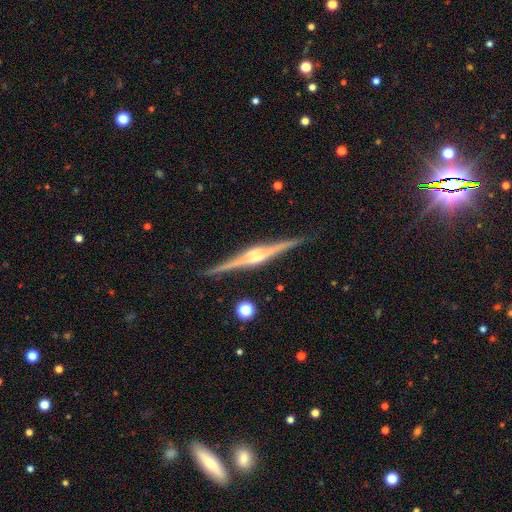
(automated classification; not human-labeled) This appears to be a featured or disk galaxy (88%) viewed edge-on (99%) with a rounded central bulge (75%). Merging: none (91%).